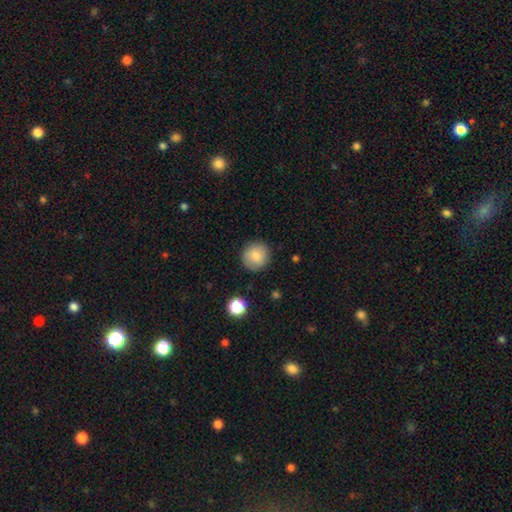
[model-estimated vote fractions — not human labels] This is clearly a smooth galaxy (82%). How rounded: clearly round (93%). Merging: clearly none (88%).